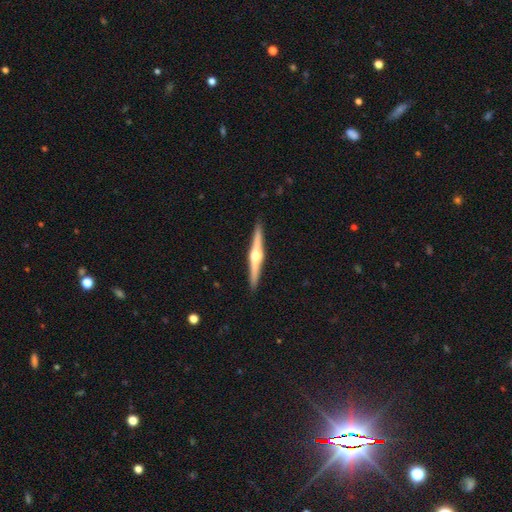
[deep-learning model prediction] Smooth or featured? featured or disk (79%)
Edge-on disk? yes (98%)
Edge-on bulge? rounded (95%)
Merging? none (92%)